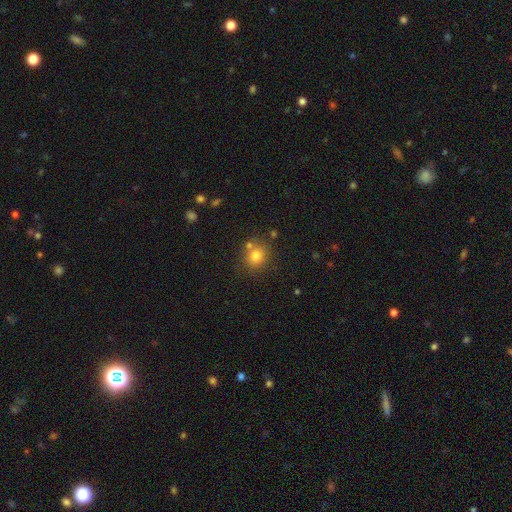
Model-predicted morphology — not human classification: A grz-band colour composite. It shows a smooth galaxy with no disk features (78%) that is round (80%). Merging: none (71%).